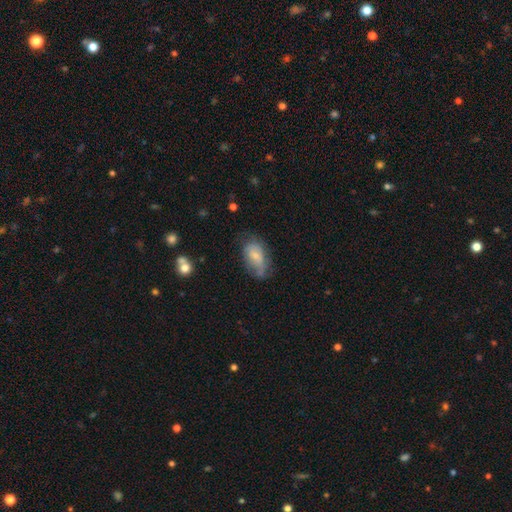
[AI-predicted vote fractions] The model was most divided on "merging": none: 45%, minor disturbance: 34%, major disturbance: 16%, merger: 5%. More confident: how rounded — in between (91%); smooth or featured — smooth (65%).